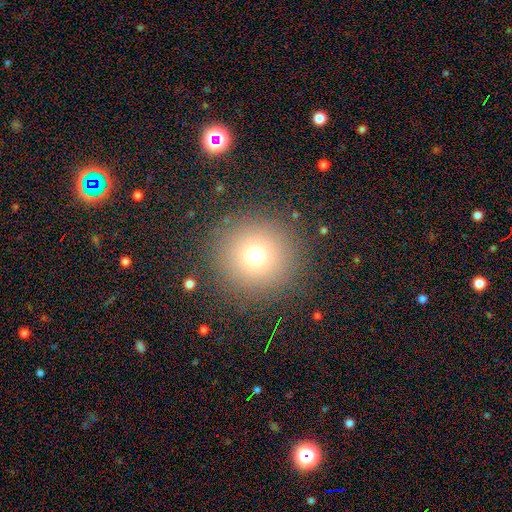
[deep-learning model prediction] smooth 71%, star or artifact 20%, featured or disk 9%. Down the decision tree: how rounded — round (96%); merging — none (89%).